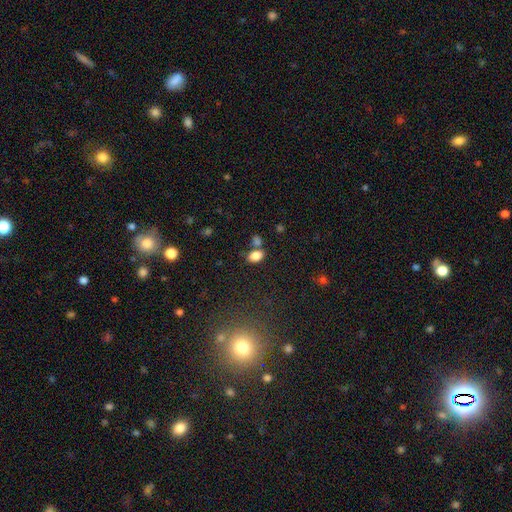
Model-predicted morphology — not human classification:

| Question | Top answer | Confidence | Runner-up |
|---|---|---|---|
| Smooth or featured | smooth | 83% | star or artifact (10%) |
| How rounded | in between | 86% | round (13%) |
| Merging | none | 59% | merger (24%) |